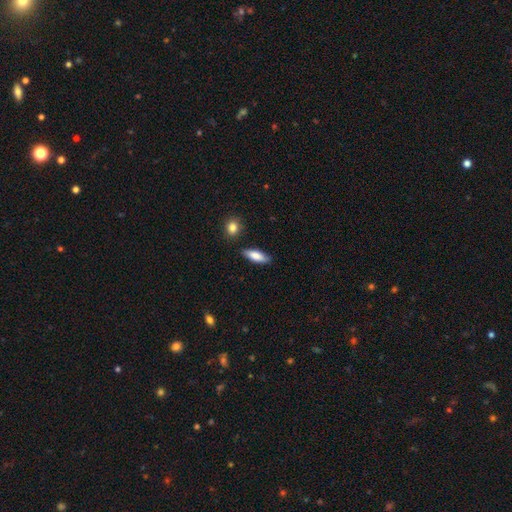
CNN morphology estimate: Smooth or featured?
  - smooth: 80% *
  - featured or disk: 14%
  - star or artifact: 6%
How rounded?
  - in between: 58% *
  - cigar-shaped: 40%
  - round: 2%
Merging?
  - none: 85% *
  - minor disturbance: 10%
  - merger: 3%
  - major disturbance: 2%